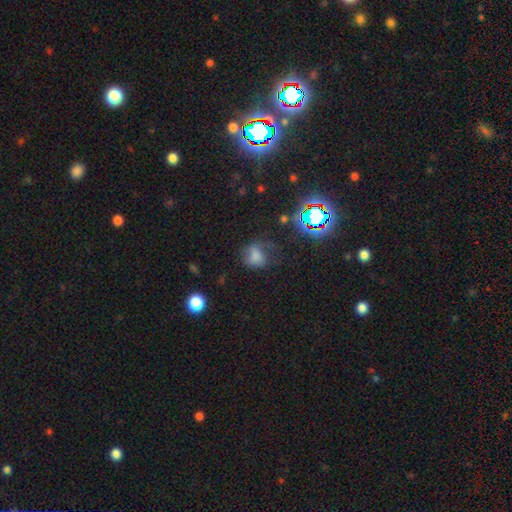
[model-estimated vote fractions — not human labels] This is likely a smooth galaxy (63%). How rounded: possibly round (51%). Merging: marginally none (43%).